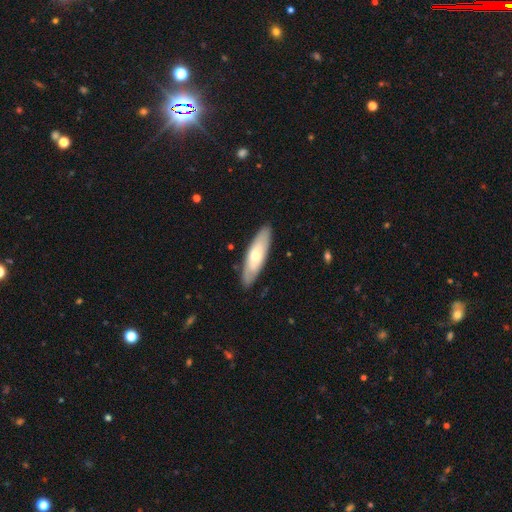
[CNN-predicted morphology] Overall: smooth (56%; featured or disk 39%). How rounded: cigar-shaped (53%; in between 45%). Merging: none (88%).